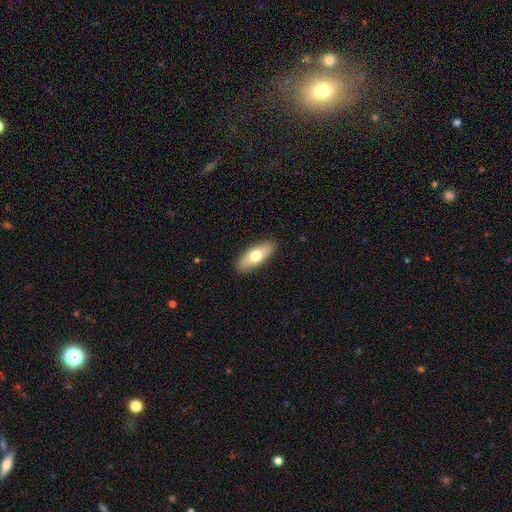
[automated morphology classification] Smooth or featured: smooth — 69% (featured or disk — 25%)
How rounded: in between — 78% (cigar-shaped — 19%)
Merging: none — 89% (minor disturbance — 8%)